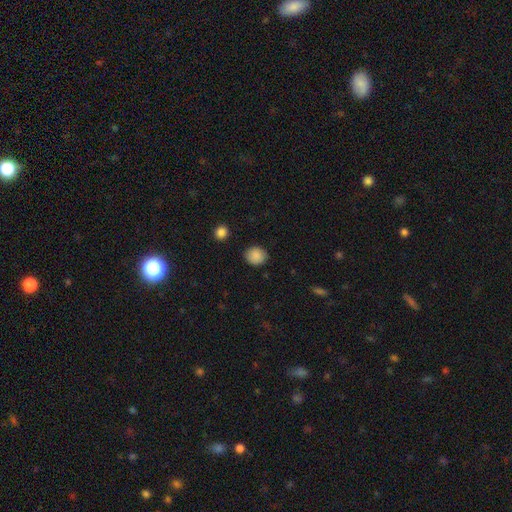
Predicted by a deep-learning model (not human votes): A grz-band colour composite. It shows a smooth galaxy with no disk features (88%) that is round (74%). Merging: none (87%).